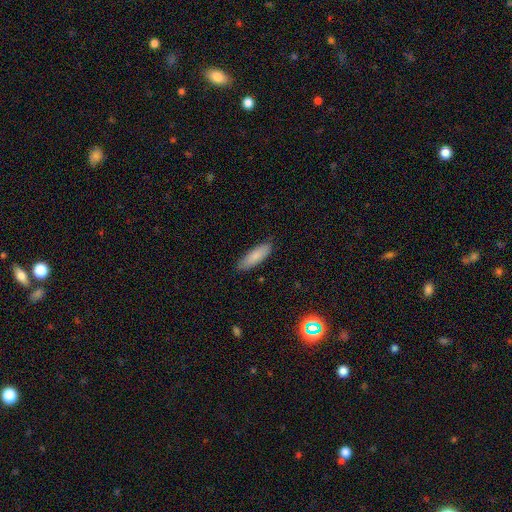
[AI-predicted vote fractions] Smooth or featured? smooth (85%)
How rounded? in between (51%)
Merging? none (87%)